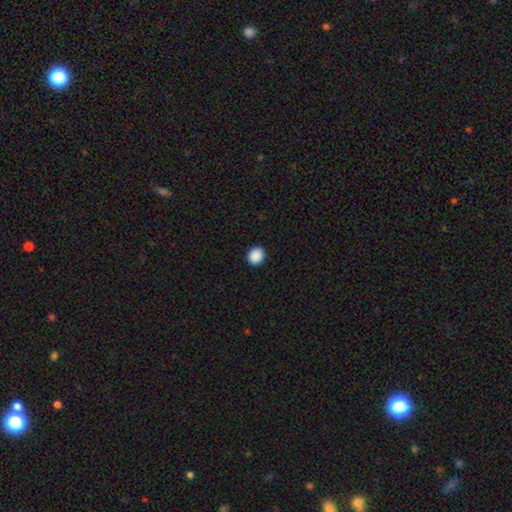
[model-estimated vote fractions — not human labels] Smooth or featured: smooth — 90% (star or artifact — 8%)
How rounded: round — 74% (in between — 25%)
Merging: none — 92% (minor disturbance — 5%)